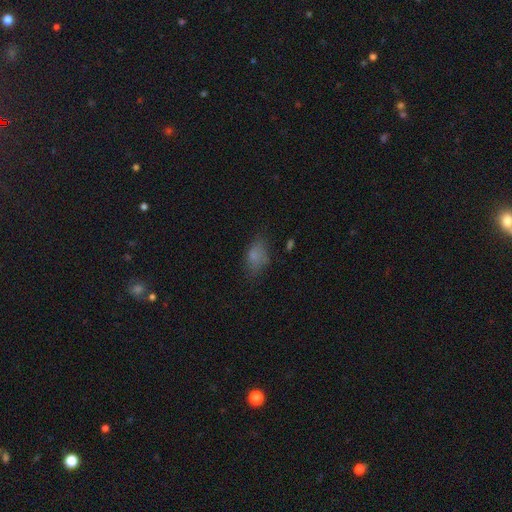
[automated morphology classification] smooth 76%, star or artifact 12%, featured or disk 11%. Down the decision tree: how rounded — in between (88%); merging — none (60%).